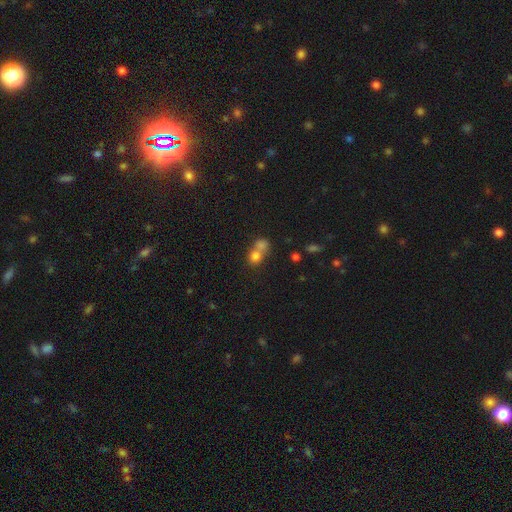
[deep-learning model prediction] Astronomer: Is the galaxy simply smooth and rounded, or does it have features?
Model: smooth — 76%.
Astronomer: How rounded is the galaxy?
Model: round — 70%.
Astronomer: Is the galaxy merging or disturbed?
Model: merger — 63%.